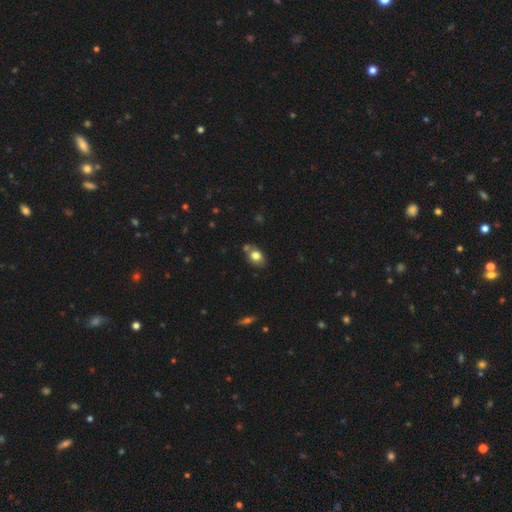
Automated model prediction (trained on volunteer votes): smooth-or-featured: smooth: 80% | featured or disk: 11% | star or artifact: 9%
  how-rounded: in between: 68% | round: 31% | cigar-shaped: 1%
  merging: none: 65% | merger: 16% | minor disturbance: 16% | major disturbance: 4%